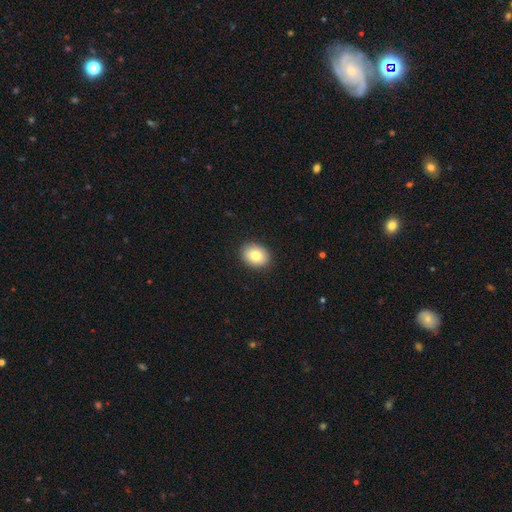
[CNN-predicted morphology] This is clearly a smooth galaxy (81%). How rounded: possibly in between (59%). Merging: clearly none (89%).